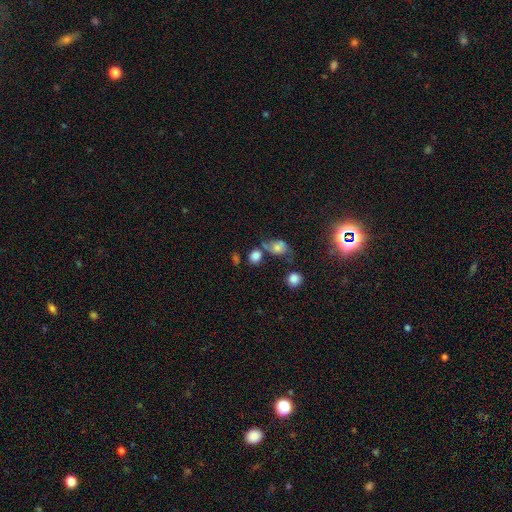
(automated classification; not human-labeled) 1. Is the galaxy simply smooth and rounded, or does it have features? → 77% smooth, 14% star or artifact, 9% featured or disk.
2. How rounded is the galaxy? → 56% round, 43% in between, 2% cigar-shaped.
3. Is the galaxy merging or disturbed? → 55% none, 22% merger, 16% minor disturbance, 7% major disturbance.